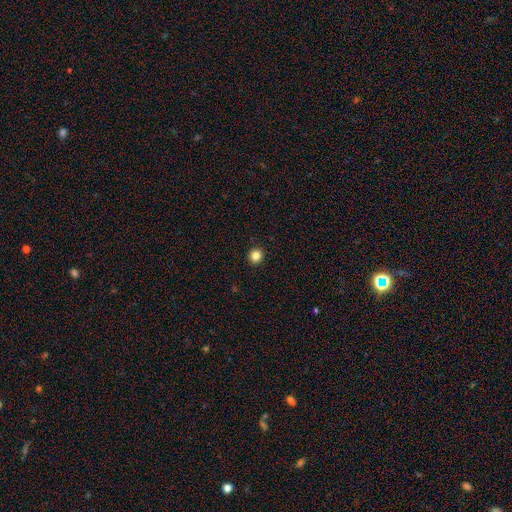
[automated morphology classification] type=smooth (84%); roundness=round (91%); merging=none (93%).